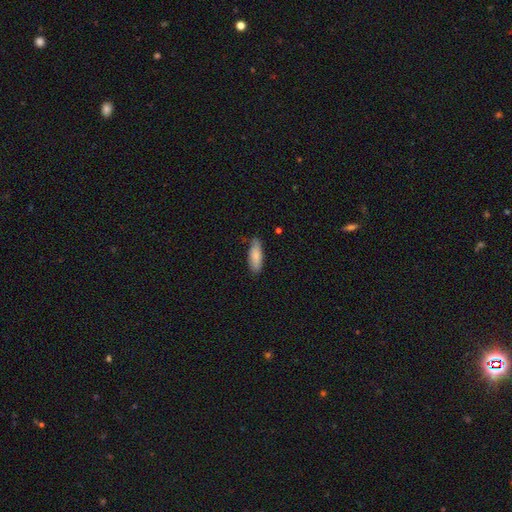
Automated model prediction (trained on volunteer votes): A smooth galaxy with no disk features (83%) that is in between round and cigar-shaped (60%).

Vote fractions:
- Smooth or featured? smooth: 83% / featured or disk: 11% / star or artifact: 6%
- How rounded? in between: 60% / cigar-shaped: 38% / round: 2%
- Merging? none: 72% / minor disturbance: 23% / major disturbance: 3% / merger: 2%